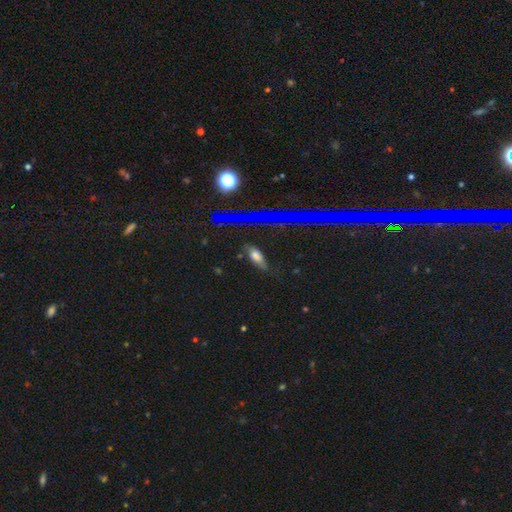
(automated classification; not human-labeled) Smooth or featured? smooth (61%)
How rounded? in between (72%)
Merging? none (72%)